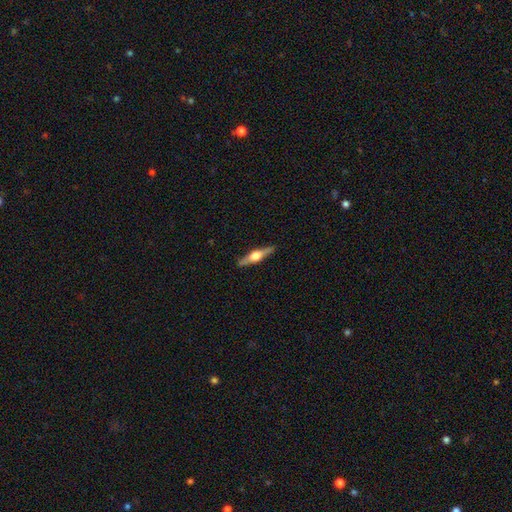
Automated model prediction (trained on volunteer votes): This is likely a featured or disk galaxy (74%). It is clearly viewed edge-on (98%). Edge-on bulge: clearly rounded (93%). Merging: clearly none (90%).